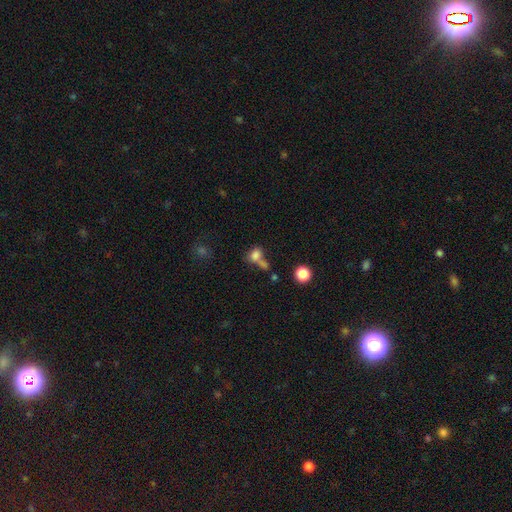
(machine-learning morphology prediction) A smooth galaxy with no disk features (78%) that is in between round and cigar-shaped (62%).

Vote fractions:
- Smooth or featured? smooth: 78% / star or artifact: 13% / featured or disk: 9%
- How rounded? in between: 62% / round: 35% / cigar-shaped: 2%
- Merging? merger: 45% / none: 35% / minor disturbance: 12% / major disturbance: 8%